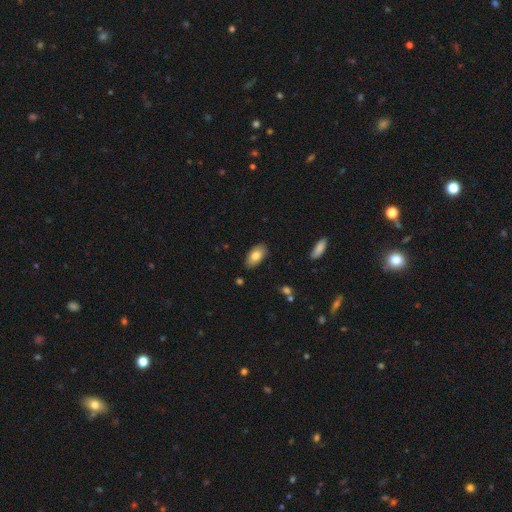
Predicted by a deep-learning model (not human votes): smooth 80%, featured or disk 13%, star or artifact 7%. Down the decision tree: how rounded — in between (94%); merging — none (86%).